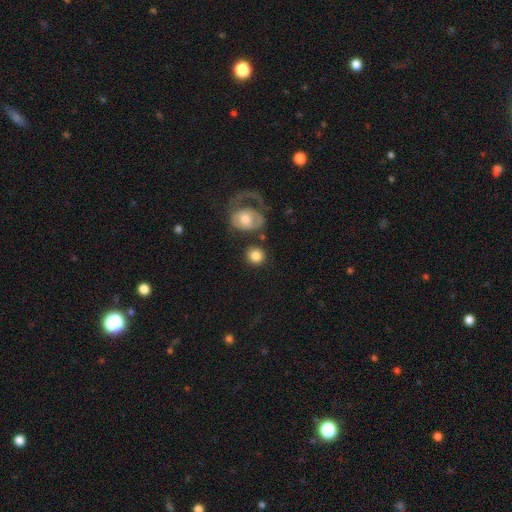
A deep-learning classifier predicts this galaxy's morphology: The model was most divided on "merging": none: 73%, merger: 11%, minor disturbance: 9%, major disturbance: 6%. More confident: how rounded — round (86%); smooth or featured — smooth (81%).